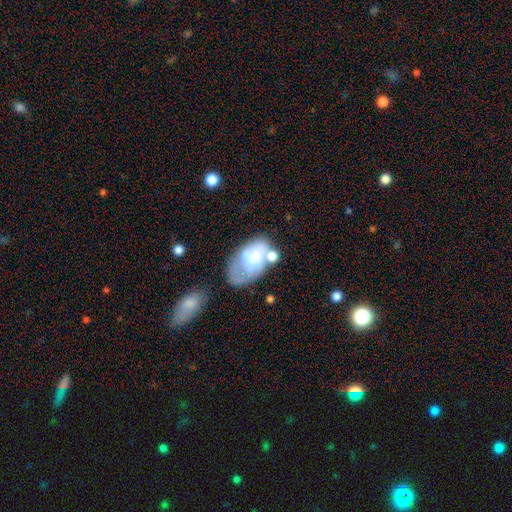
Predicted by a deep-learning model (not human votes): A featured or disk galaxy (51%). Merging: none (35%).